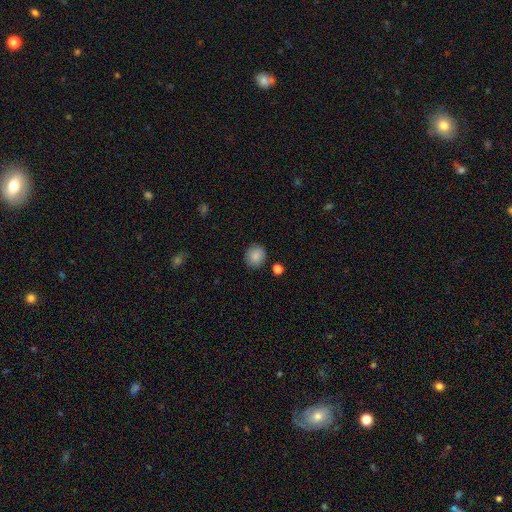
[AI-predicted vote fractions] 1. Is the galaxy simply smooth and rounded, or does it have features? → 88% smooth, 8% star or artifact, 4% featured or disk.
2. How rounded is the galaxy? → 83% round, 16% in between, 1% cigar-shaped.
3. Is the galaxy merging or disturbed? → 86% none, 9% minor disturbance, 3% merger, 2% major disturbance.